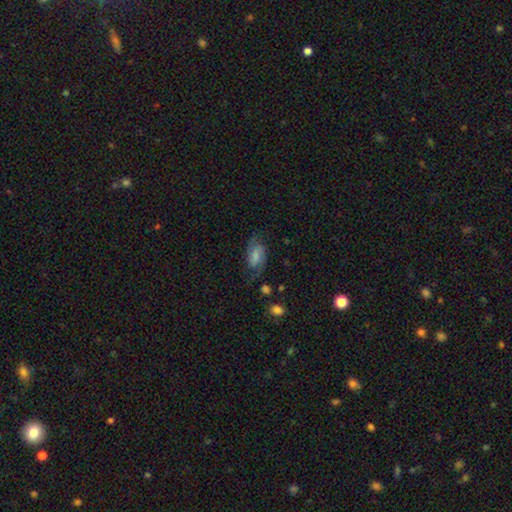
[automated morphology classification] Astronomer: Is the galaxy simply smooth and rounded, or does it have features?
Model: featured or disk — 58% (runner-up: smooth, 34%).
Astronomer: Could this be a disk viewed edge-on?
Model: no — 96%.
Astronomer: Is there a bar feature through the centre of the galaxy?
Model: weak — 45% (runner-up: no, 38%).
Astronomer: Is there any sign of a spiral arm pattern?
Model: yes — 91%.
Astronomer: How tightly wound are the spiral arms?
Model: medium — 46% (runner-up: loose, 37%).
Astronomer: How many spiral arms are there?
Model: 2 — 88%.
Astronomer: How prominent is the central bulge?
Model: small — 32% (runner-up: none, 26%).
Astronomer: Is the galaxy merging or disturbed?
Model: none — 62%.